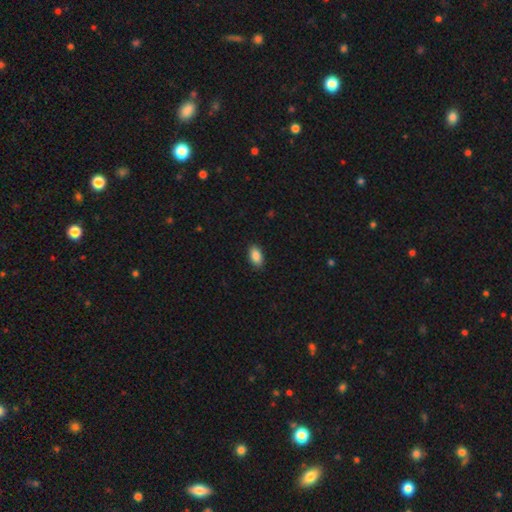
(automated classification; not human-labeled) Morphology: type=smooth (89%); roundness=in between (93%); merging=none (89%).